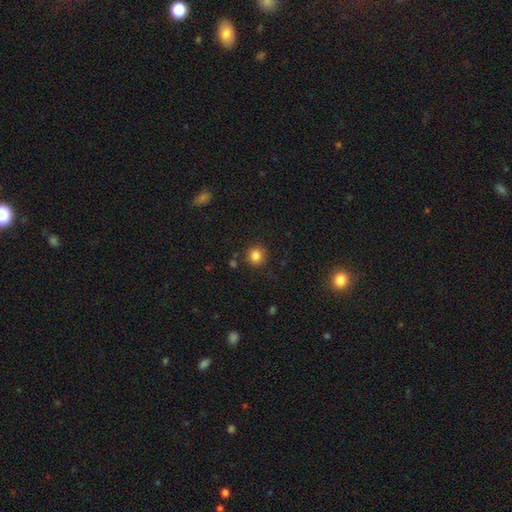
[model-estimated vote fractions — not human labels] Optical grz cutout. It shows a smooth galaxy with no disk features (83%) that is round (90%). Merging: none (86%).